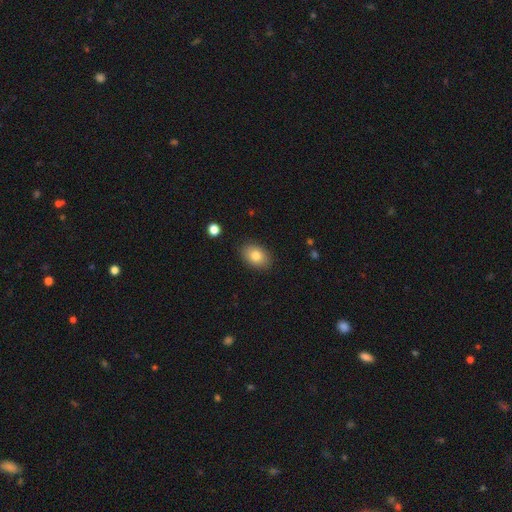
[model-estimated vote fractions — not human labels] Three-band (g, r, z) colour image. It shows a smooth galaxy with no disk features (81%) that is in between round and cigar-shaped (80%). Merging: none (86%).